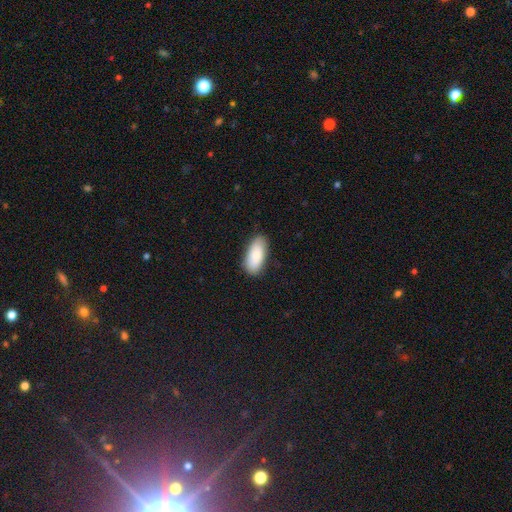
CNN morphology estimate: Smooth or featured?
  - smooth: 84% *
  - featured or disk: 10%
  - star or artifact: 6%
How rounded?
  - in between: 89% *
  - cigar-shaped: 9%
  - round: 2%
Merging?
  - none: 85% *
  - minor disturbance: 12%
  - major disturbance: 2%
  - merger: 1%